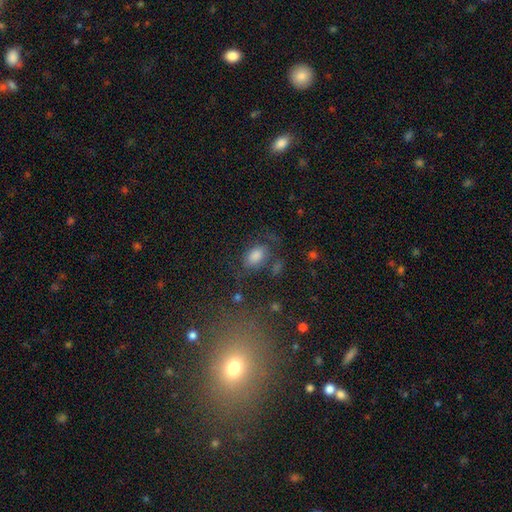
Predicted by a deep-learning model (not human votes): A smooth galaxy with no disk features (75%) that is in between round and cigar-shaped (86%). Merging: none (60%).